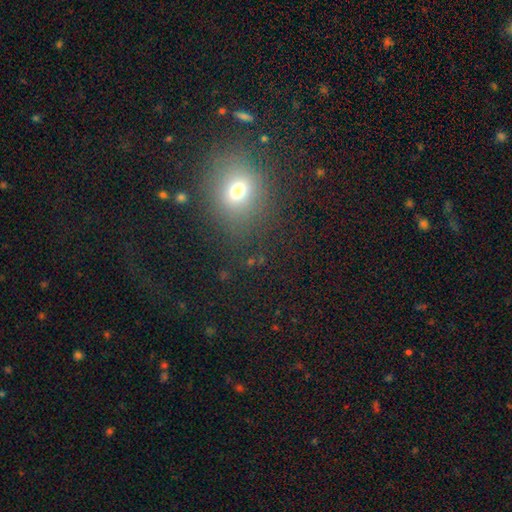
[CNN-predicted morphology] Smooth or featured?
  - smooth: 63% *
  - star or artifact: 26%
  - featured or disk: 11%
How rounded?
  - round: 61% *
  - in between: 37%
  - cigar-shaped: 2%
Merging?
  - none: 79% *
  - minor disturbance: 11%
  - major disturbance: 7%
  - merger: 2%